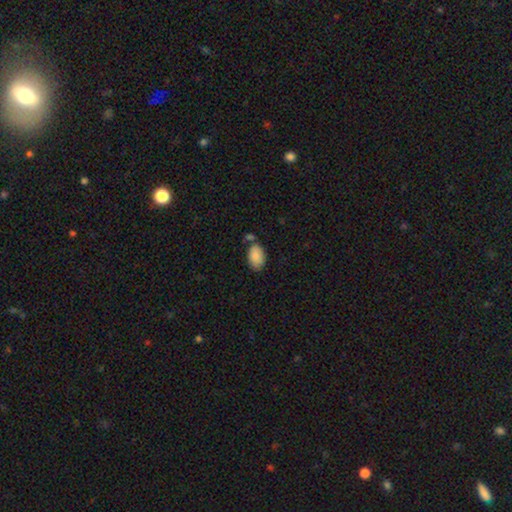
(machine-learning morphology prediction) Q: Smooth or featured?
A: smooth (87%); runner-up: star or artifact (7%)
Q: How rounded?
A: in between (91%); runner-up: round (8%)
Q: Merging?
A: none (63%); runner-up: minor disturbance (19%)